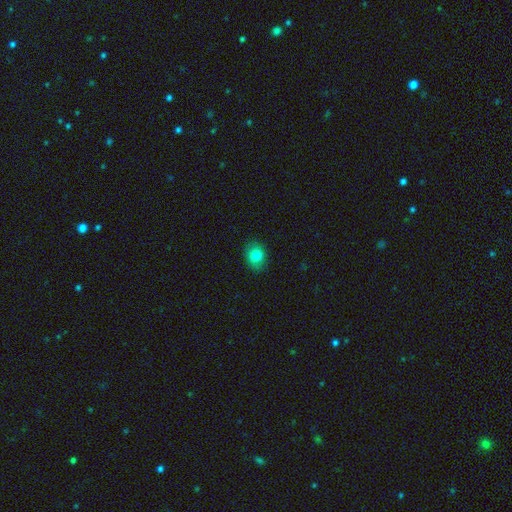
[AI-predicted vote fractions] Smooth or featured? Predicted: smooth (p=0.81). How rounded? Predicted: round (p=0.51). Merging? Predicted: none (p=0.85).